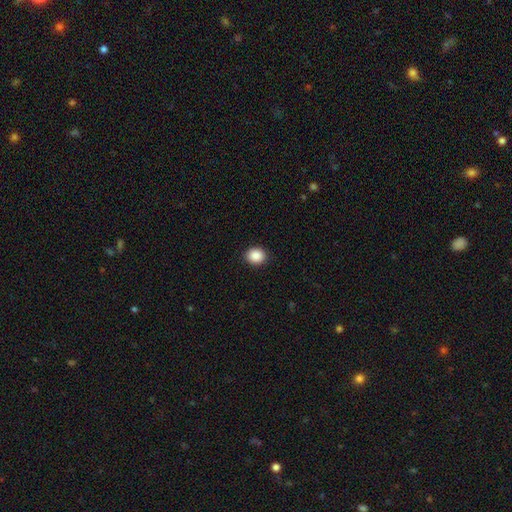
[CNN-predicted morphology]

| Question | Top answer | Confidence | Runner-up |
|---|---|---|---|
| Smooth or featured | smooth | 89% | star or artifact (9%) |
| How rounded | round | 71% | in between (28%) |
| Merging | none | 91% | minor disturbance (6%) |